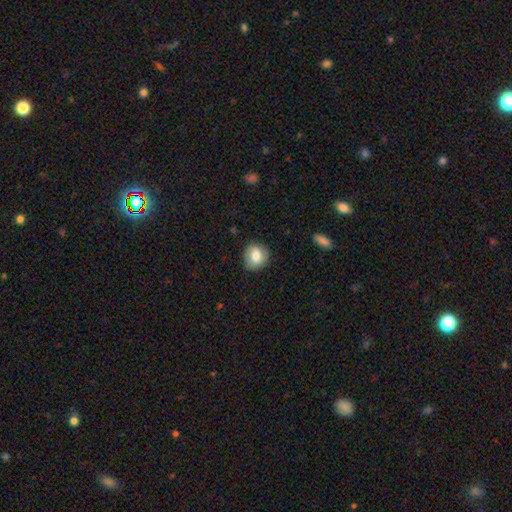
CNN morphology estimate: Overall: smooth (78%). How rounded: round (81%). Merging: none (84%).